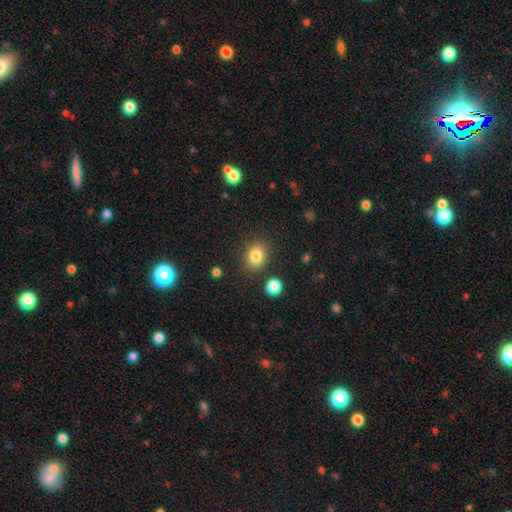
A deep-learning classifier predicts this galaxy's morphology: smooth-or-featured: smooth: 83% | star or artifact: 11% | featured or disk: 6%
  how-rounded: round: 62% | in between: 37% | cigar-shaped: 1%
  merging: none: 83% | minor disturbance: 10% | merger: 4% | major disturbance: 3%